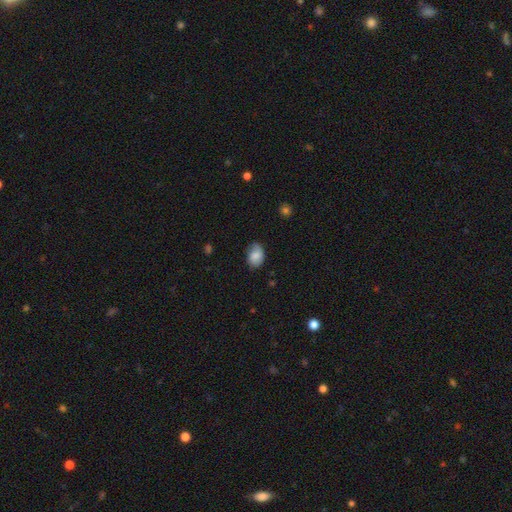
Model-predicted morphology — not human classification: type=smooth (77%); roundness=in between (78%); merging=none (64%).